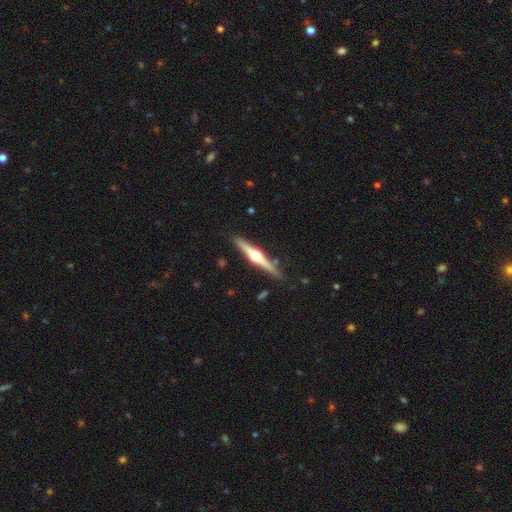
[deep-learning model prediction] Overall: featured or disk (74%). Edge-on disk: yes (98%). Edge-on bulge: rounded (95%). Merging: none (86%).